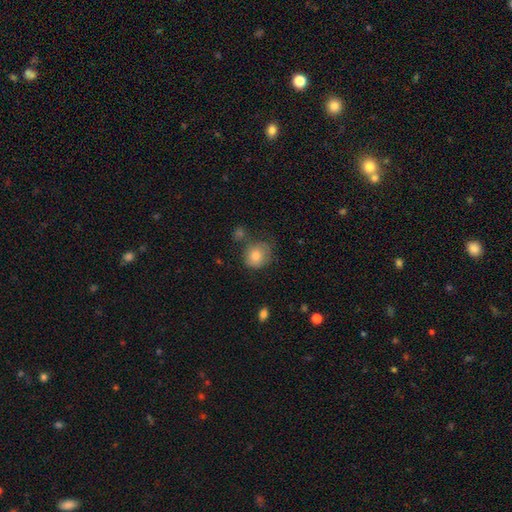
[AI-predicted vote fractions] Smooth or featured?
  - smooth: 79% *
  - featured or disk: 12%
  - star or artifact: 9%
How rounded?
  - round: 76% *
  - in between: 23%
  - cigar-shaped: 1%
Merging?
  - none: 61% *
  - minor disturbance: 24%
  - major disturbance: 8%
  - merger: 7%